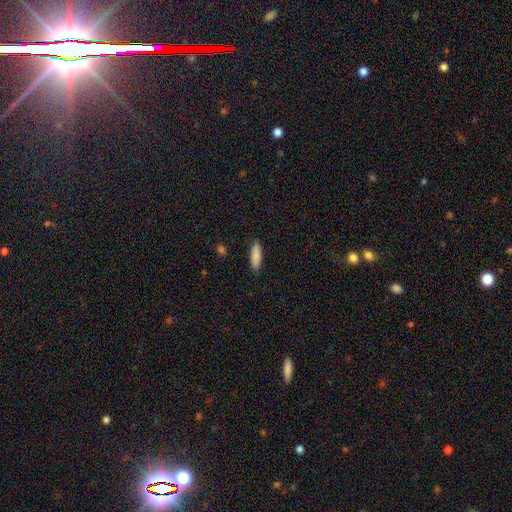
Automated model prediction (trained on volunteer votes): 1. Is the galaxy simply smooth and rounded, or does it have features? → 88% smooth, 6% star or artifact, 6% featured or disk.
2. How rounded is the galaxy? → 50% cigar-shaped, 49% in between, 2% round.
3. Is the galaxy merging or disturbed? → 88% none, 9% minor disturbance, 2% major disturbance, 1% merger.